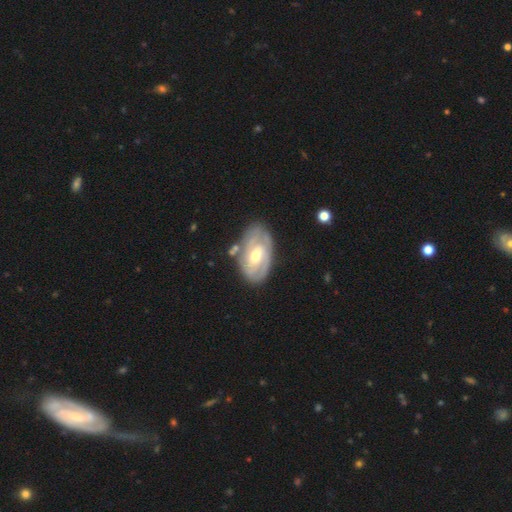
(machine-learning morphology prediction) A featured or disk galaxy (79%) with a weak bar (52%), 2 (49%) tight (61%) spiral arms (89%) and a moderate central bulge (66%). Merging: none (74%).